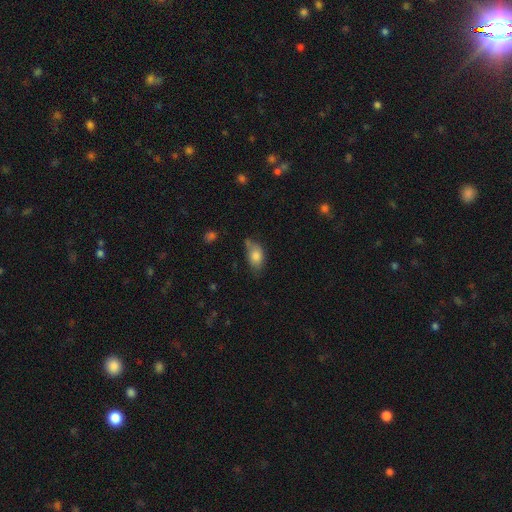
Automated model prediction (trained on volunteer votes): A smooth galaxy with no disk features (81%) that is in between round and cigar-shaped (88%).

Vote fractions:
- Smooth or featured? smooth: 81% / featured or disk: 11% / star or artifact: 8%
- How rounded? in between: 88% / round: 9% / cigar-shaped: 3%
- Merging? none: 48% / minor disturbance: 35% / major disturbance: 9% / merger: 8%